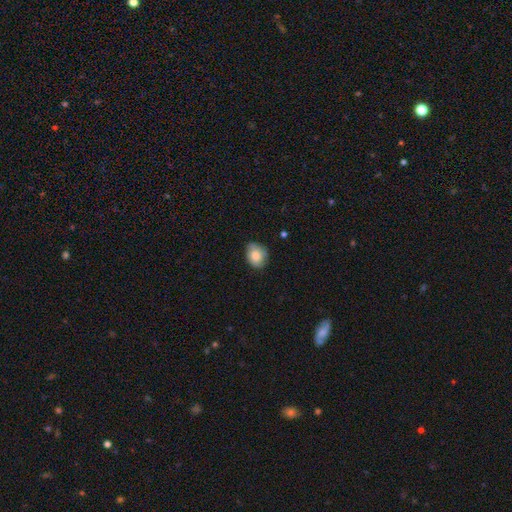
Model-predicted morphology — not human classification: The model was most divided on "how rounded": in between: 57%, round: 42%, cigar-shaped: 1%. More confident: smooth or featured — smooth (82%); merging — none (70%).